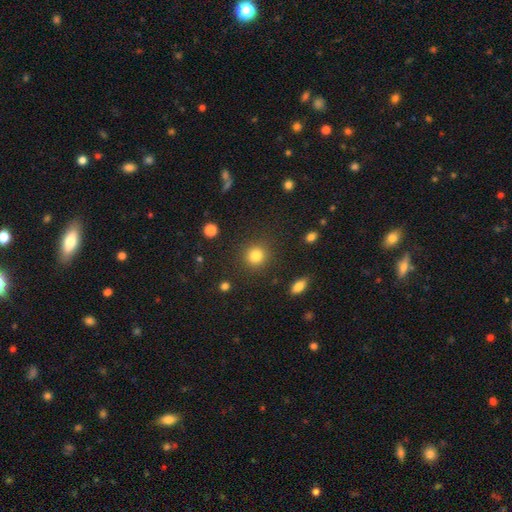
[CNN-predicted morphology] Smooth or featured?
  - smooth: 83% *
  - star or artifact: 11%
  - featured or disk: 5%
How rounded?
  - round: 90% *
  - in between: 9%
  - cigar-shaped: 1%
Merging?
  - none: 88% *
  - minor disturbance: 7%
  - major disturbance: 3%
  - merger: 2%